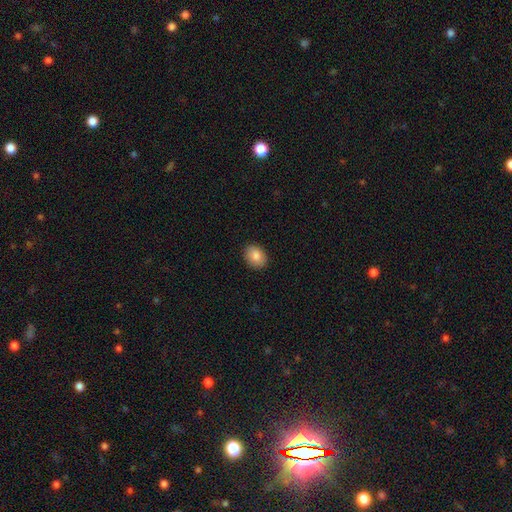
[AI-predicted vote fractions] Smooth or featured? smooth (86%)
How rounded? in between (64%)
Merging? none (90%)